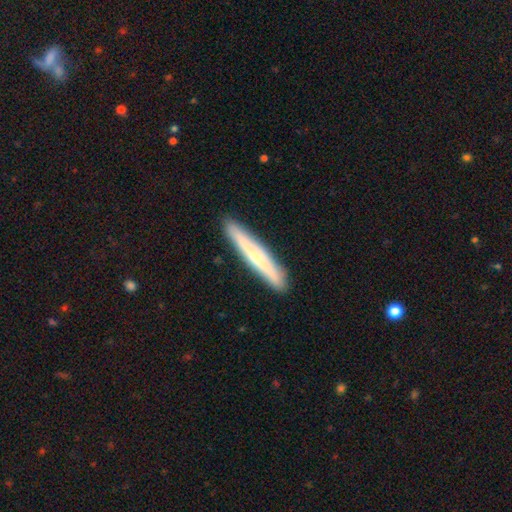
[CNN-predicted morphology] Smooth or featured? Predicted: smooth (p=0.49). Merging? Predicted: none (p=0.90).